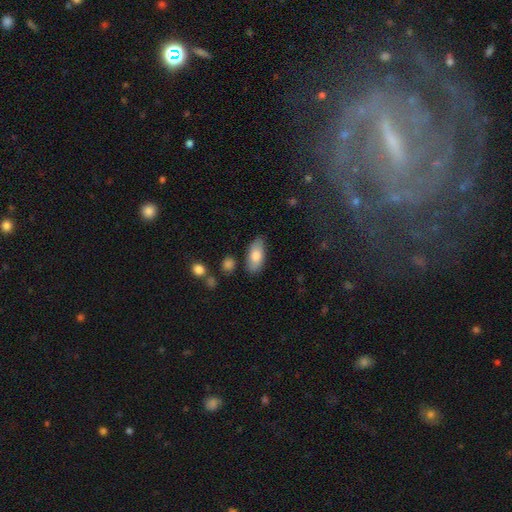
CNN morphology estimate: The model was most divided on "smooth or featured": smooth: 77%, featured or disk: 17%, star or artifact: 6%. More confident: how rounded — in between (89%); merging — none (81%).